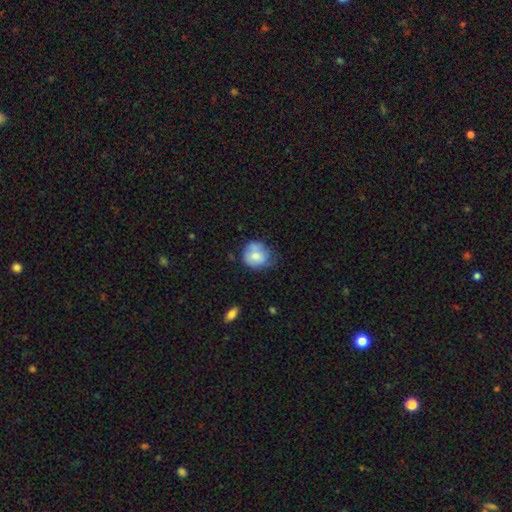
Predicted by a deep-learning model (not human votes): smooth 74%, featured or disk 18%, star or artifact 8%. Down the decision tree: how rounded — round (75%); merging — none (47%).